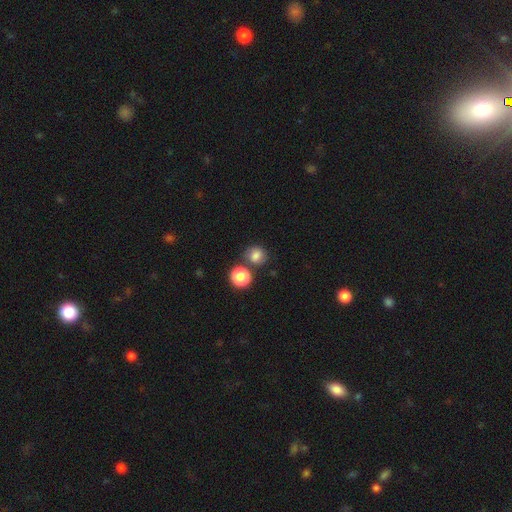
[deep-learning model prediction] Overall: smooth (81%). How rounded: round (83%). Merging: none (64%).